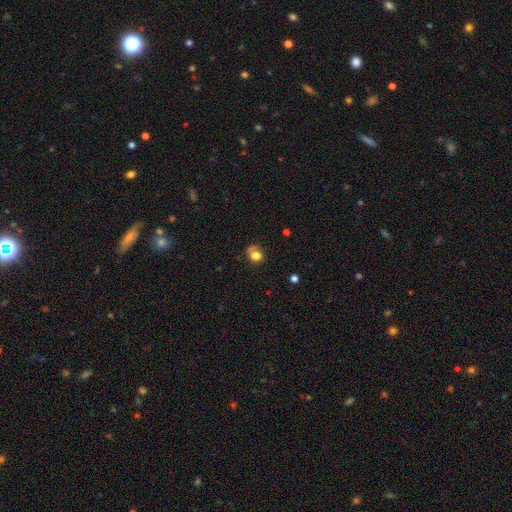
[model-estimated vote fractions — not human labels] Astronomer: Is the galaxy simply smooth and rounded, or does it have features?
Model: smooth — 76%.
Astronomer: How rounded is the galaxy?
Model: round — 63%.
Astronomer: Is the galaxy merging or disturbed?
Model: none — 49% (runner-up: minor disturbance, 28%).